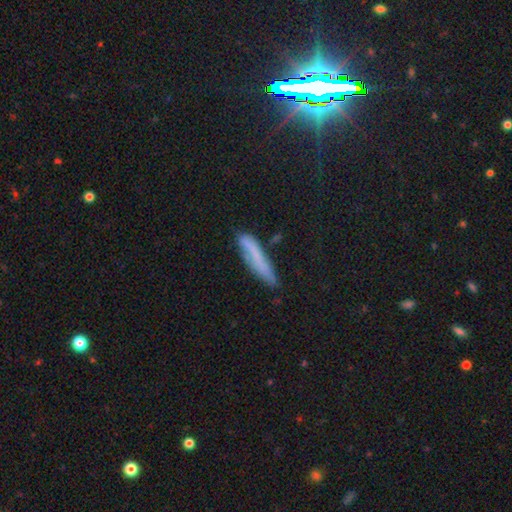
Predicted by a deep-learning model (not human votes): Smooth or featured: smooth — 62% (featured or disk — 27%)
How rounded: cigar-shaped — 90% (in between — 9%)
Merging: none — 65% (minor disturbance — 24%)